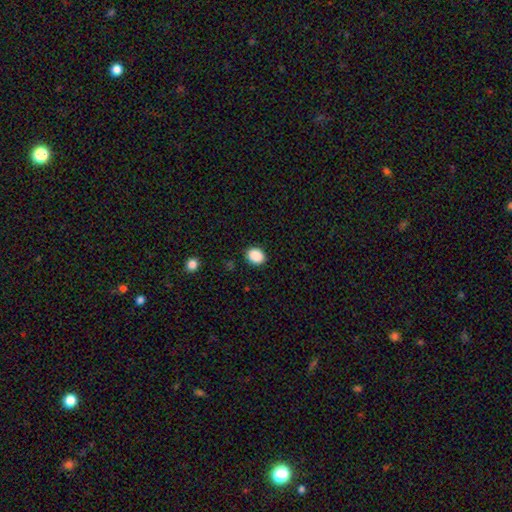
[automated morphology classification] Smooth or featured? smooth (89%)
How rounded? round (56%)
Merging? none (89%)